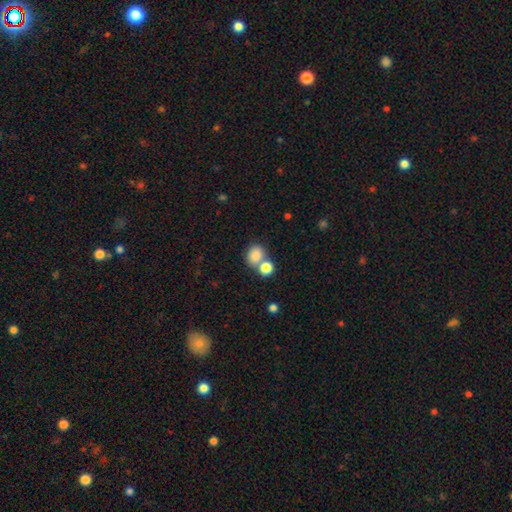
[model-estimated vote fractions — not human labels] smooth 83%, star or artifact 10%, featured or disk 7%. Down the decision tree: how rounded — in between (51%); merging — none (47%).